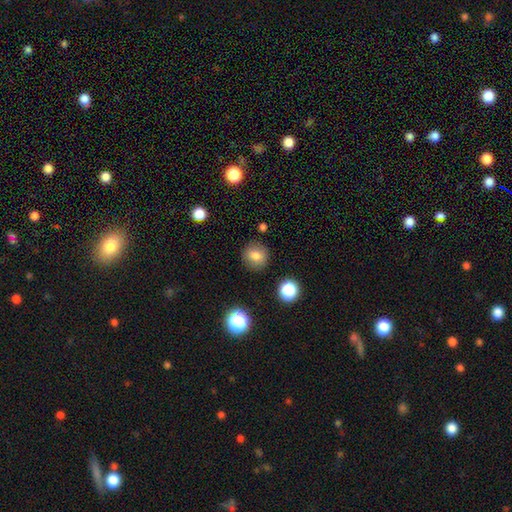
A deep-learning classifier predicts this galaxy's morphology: This is clearly a smooth galaxy (82%). How rounded: clearly round (88%). Merging: clearly none (87%).